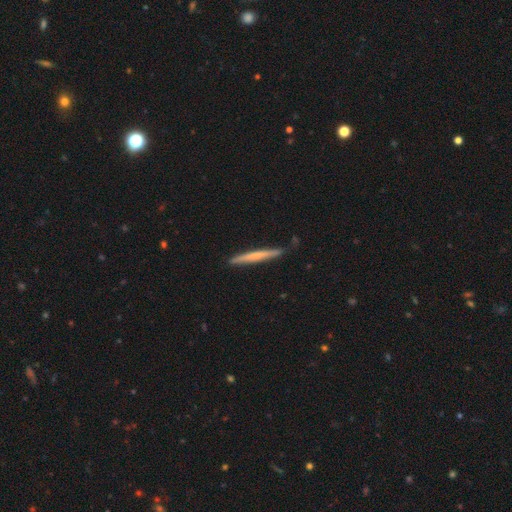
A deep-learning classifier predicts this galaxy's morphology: This appears to be a smooth galaxy with no disk features (53%) that is cigar-shaped (97%). Merging: none (86%).